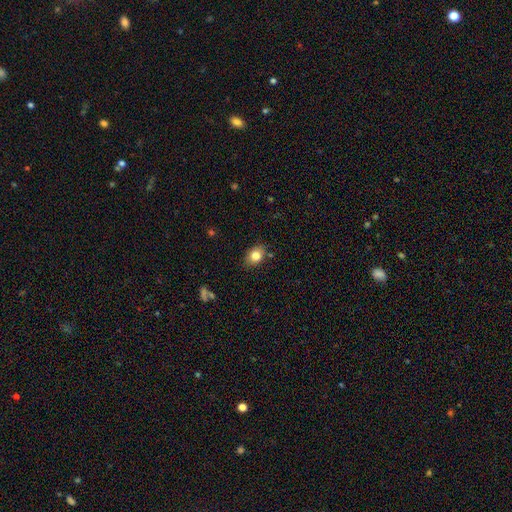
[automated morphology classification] Overall: smooth (82%). How rounded: in between (64%; round 34%). Merging: none (82%).